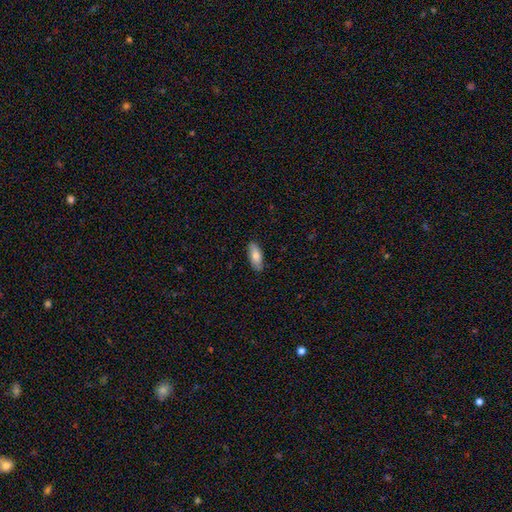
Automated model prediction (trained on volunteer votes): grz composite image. It shows a smooth galaxy with no disk features (79%) that is in between round and cigar-shaped (81%). Merging: none (86%).